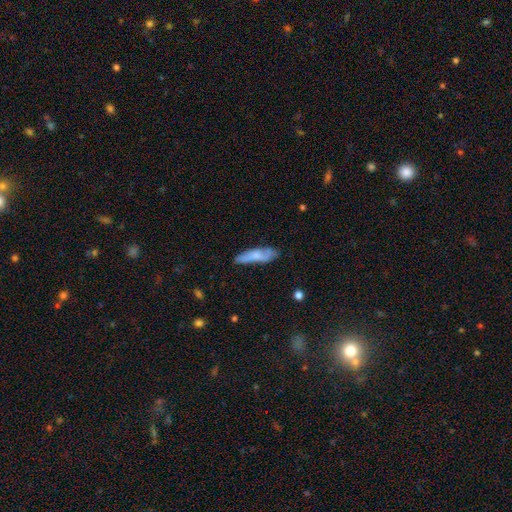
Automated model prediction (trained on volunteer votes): Smooth or featured? Predicted: smooth (p=0.66). How rounded? Predicted: cigar-shaped (p=0.66). Merging? Predicted: none (p=0.63).